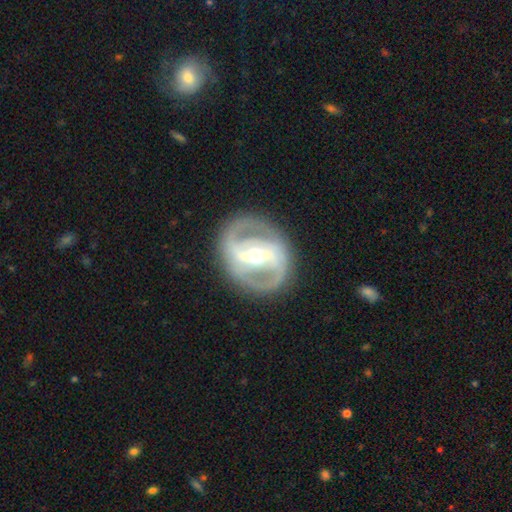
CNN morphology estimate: Q: Smooth or featured?
A: featured or disk (87%); runner-up: smooth (8%)
Q: Edge-on disk?
A: no (96%); runner-up: yes (4%)
Q: Bar?
A: strong (61%); runner-up: weak (29%)
Q: Spiral arms?
A: yes (88%); runner-up: no (12%)
Q: Spiral winding?
A: medium (49%); runner-up: tight (36%)
Q: Spiral arm count?
A: 2 (89%); runner-up: can't tell (5%)
Q: Bulge size?
A: moderate (70%); runner-up: small (21%)
Q: Merging?
A: none (84%); runner-up: minor disturbance (10%)